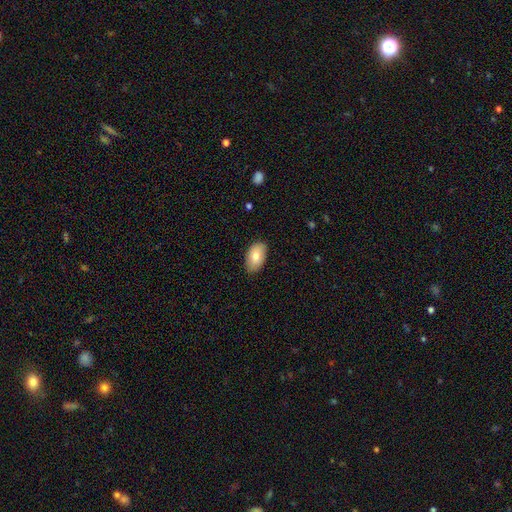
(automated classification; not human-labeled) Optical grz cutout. It shows a smooth galaxy with no disk features (80%) that is in between round and cigar-shaped (94%). Merging: none (85%).